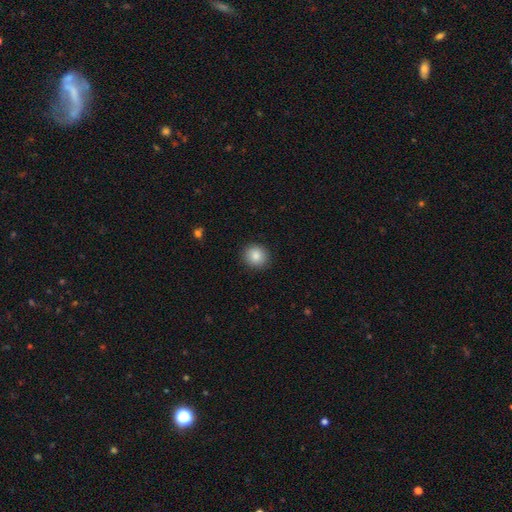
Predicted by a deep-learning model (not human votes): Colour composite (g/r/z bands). It shows a smooth galaxy with no disk features (87%) that is round (85%). Merging: none (91%).